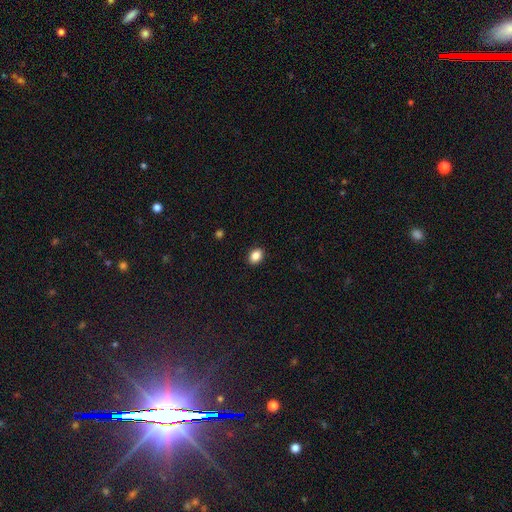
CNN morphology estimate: smooth 87%, star or artifact 9%, featured or disk 4%. Down the decision tree: how rounded — in between (70%); merging — none (90%).